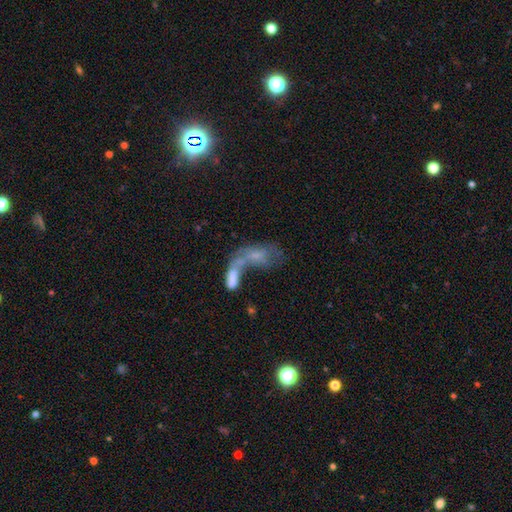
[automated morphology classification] A smooth galaxy with no disk features (46%). Merging: merger (63%).